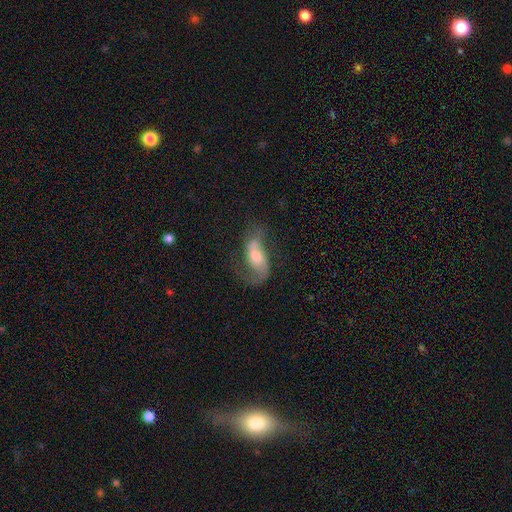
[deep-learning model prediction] Smooth or featured? Predicted: featured or disk (p=0.70). Edge-on disk? Predicted: no (p=0.91). Bar? Predicted: no (p=0.42). Spiral arms? Predicted: yes (p=0.89). Spiral winding? Predicted: loose (p=0.64). Spiral arm count? Predicted: 2 (p=0.78). Bulge size? Predicted: moderate (p=0.53). Merging? Predicted: none (p=0.51).